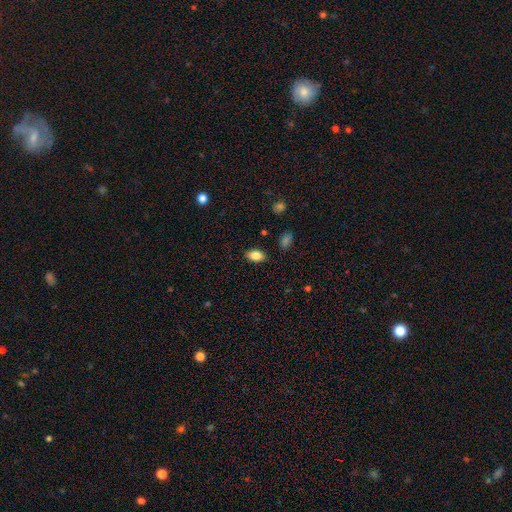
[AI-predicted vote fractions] The model was most divided on "smooth or featured": smooth: 84%, star or artifact: 9%, featured or disk: 7%. More confident: how rounded — in between (89%); merging — none (86%).